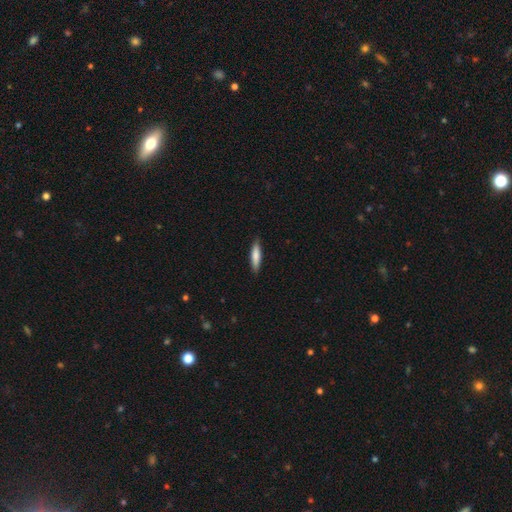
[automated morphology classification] Smooth or featured: smooth — 77% (featured or disk — 18%)
How rounded: cigar-shaped — 80% (in between — 19%)
Merging: none — 87% (minor disturbance — 10%)